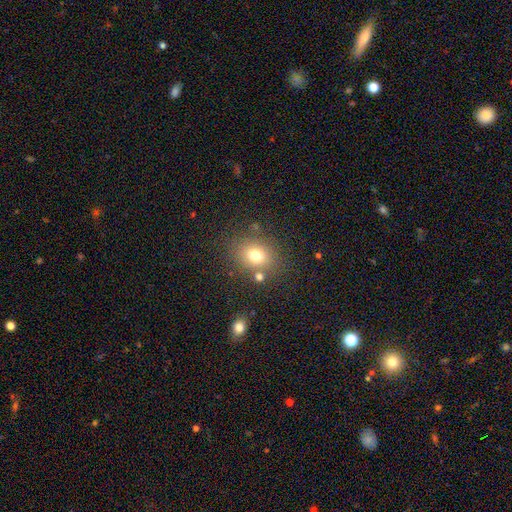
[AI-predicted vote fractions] Morphology: type=smooth (74%); roundness=round (61%); merging=none (76%).